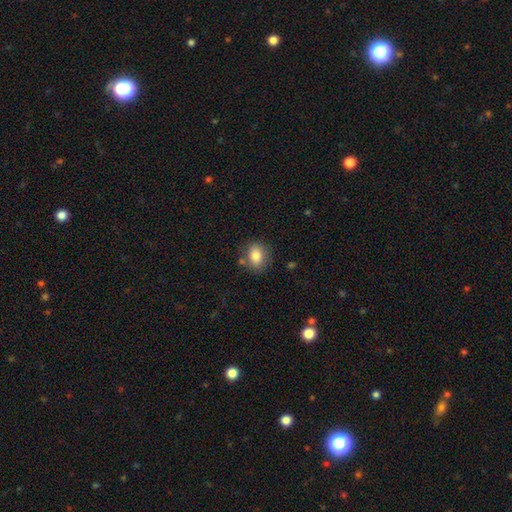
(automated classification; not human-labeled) The model was most divided on "how rounded": round: 54%, in between: 45%, cigar-shaped: 1%. More confident: smooth or featured — smooth (82%); merging — none (77%).